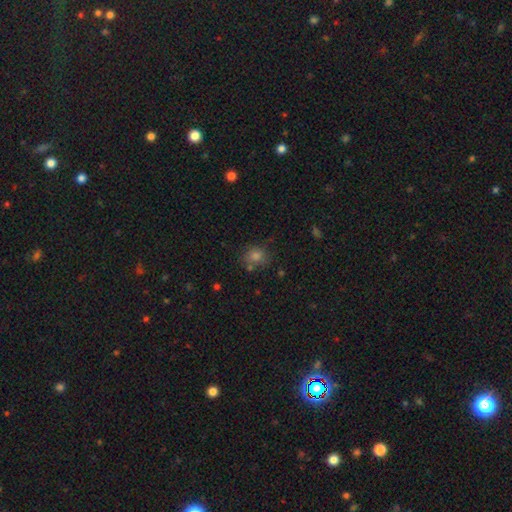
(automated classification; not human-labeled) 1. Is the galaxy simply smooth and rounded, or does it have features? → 74% smooth, 18% star or artifact, 7% featured or disk.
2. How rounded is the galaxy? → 75% round, 24% in between, 1% cigar-shaped.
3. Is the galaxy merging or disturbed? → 73% none, 14% minor disturbance, 9% merger, 4% major disturbance.